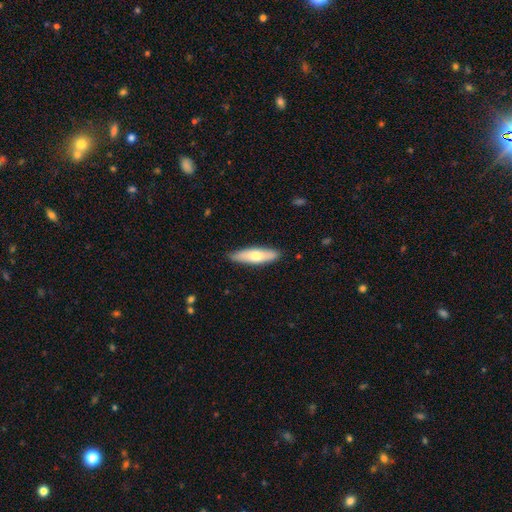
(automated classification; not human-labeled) This appears to be a smooth galaxy with no disk features (63%) that is cigar-shaped (58%). Merging: none (86%).